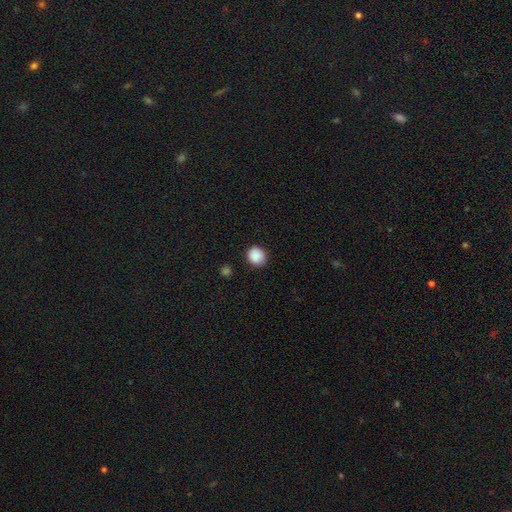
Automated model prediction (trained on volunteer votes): A smooth galaxy with no disk features (89%) that is round (80%).

Vote fractions:
- Smooth or featured? smooth: 89% / star or artifact: 8% / featured or disk: 3%
- How rounded? round: 80% / in between: 19% / cigar-shaped: 1%
- Merging? none: 88% / minor disturbance: 8% / major disturbance: 2% / merger: 1%